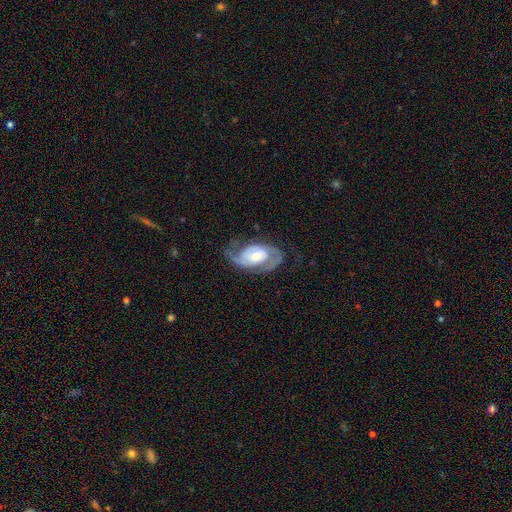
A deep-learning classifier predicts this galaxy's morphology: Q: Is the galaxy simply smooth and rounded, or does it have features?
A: featured or disk — 82%.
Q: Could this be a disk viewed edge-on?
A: no — 96%.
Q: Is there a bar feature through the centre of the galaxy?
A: no — 60%.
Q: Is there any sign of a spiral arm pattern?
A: yes — 92%.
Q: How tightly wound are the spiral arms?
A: medium — 46%.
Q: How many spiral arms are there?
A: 2 — 80%.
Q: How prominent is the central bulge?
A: moderate — 51%.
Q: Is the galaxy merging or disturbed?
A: none — 56%.